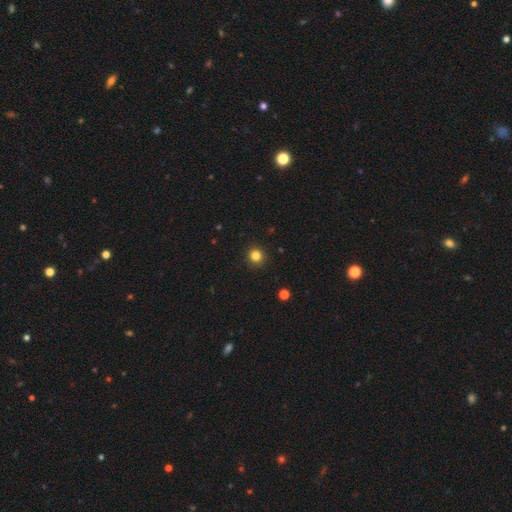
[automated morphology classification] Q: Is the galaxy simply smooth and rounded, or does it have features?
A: smooth — 82%.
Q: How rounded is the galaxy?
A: round — 92%.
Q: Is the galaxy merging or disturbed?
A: none — 92%.